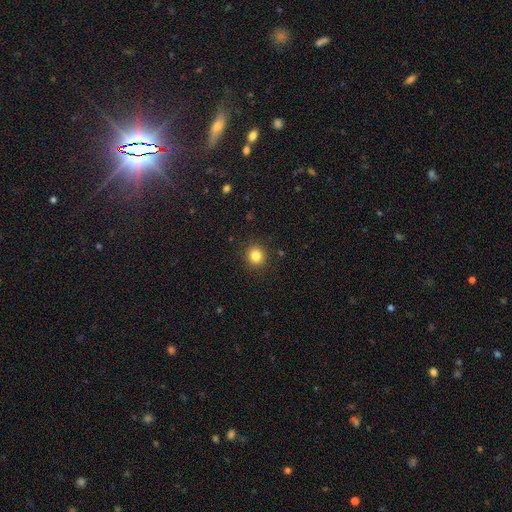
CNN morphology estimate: Smooth or featured? Predicted: smooth (p=0.83). How rounded? Predicted: round (p=0.88). Merging? Predicted: none (p=0.91).